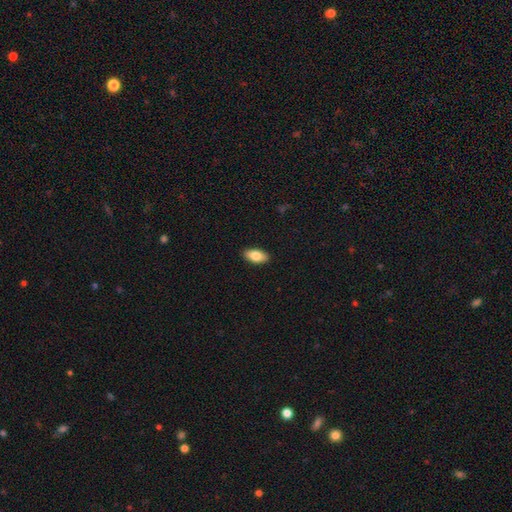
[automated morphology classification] The model was most divided on "smooth or featured": smooth: 83%, featured or disk: 10%, star or artifact: 6%. More confident: how rounded — in between (91%); merging — none (90%).